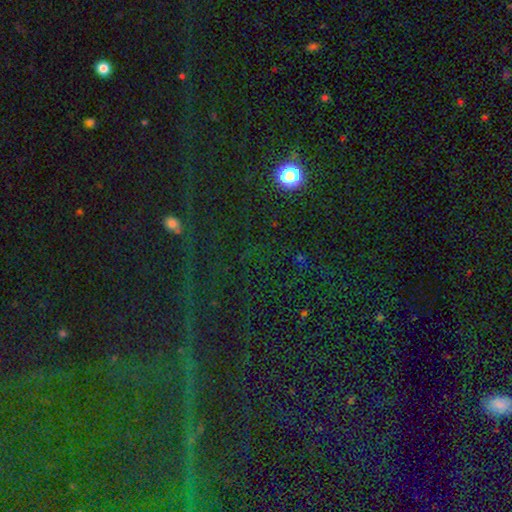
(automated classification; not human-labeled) This appears to be a star or artifact, not a galaxy (73%).